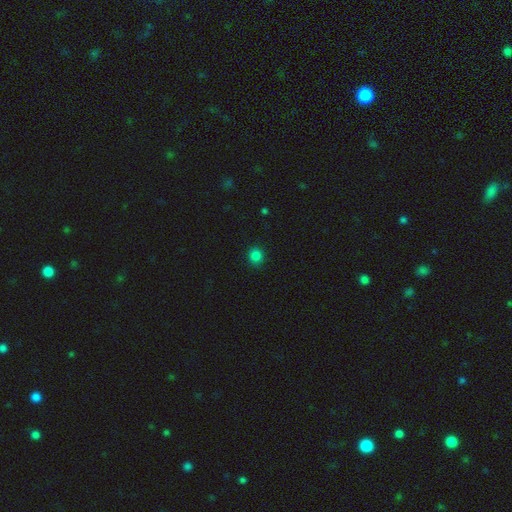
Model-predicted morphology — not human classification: A smooth galaxy with no disk features (83%) that is round (85%).

Vote fractions:
- Smooth or featured? smooth: 83% / star or artifact: 14% / featured or disk: 3%
- How rounded? round: 85% / in between: 14% / cigar-shaped: 1%
- Merging? none: 91% / minor disturbance: 6% / major disturbance: 2% / merger: 1%